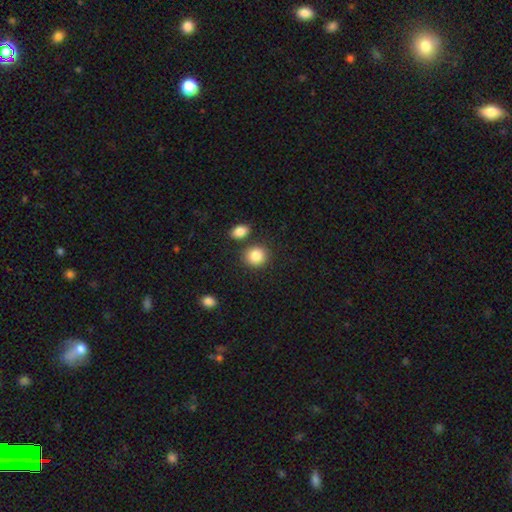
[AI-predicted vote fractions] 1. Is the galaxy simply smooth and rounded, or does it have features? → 86% smooth, 8% star or artifact, 5% featured or disk.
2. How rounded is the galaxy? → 80% round, 19% in between, 1% cigar-shaped.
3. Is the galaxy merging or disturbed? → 78% none, 10% merger, 9% minor disturbance, 3% major disturbance.